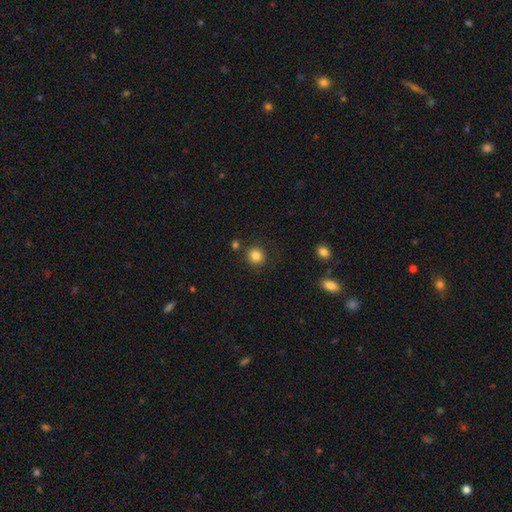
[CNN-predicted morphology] Smooth or featured? smooth (84%)
How rounded? round (91%)
Merging? none (83%)